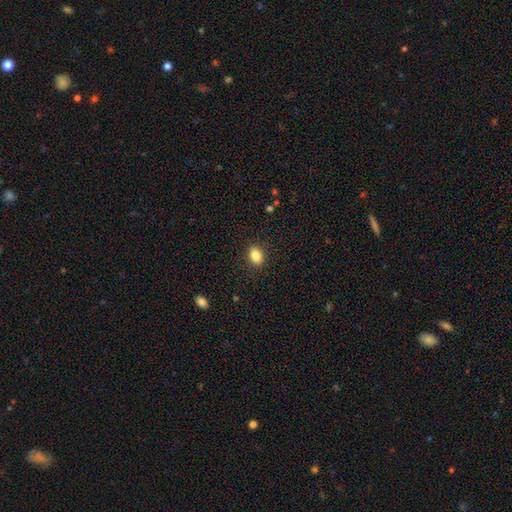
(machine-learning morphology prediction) Smooth or featured?
  - smooth: 85% *
  - star or artifact: 9%
  - featured or disk: 6%
How rounded?
  - in between: 75% *
  - round: 24%
  - cigar-shaped: 1%
Merging?
  - none: 88% *
  - minor disturbance: 9%
  - major disturbance: 3%
  - merger: 1%